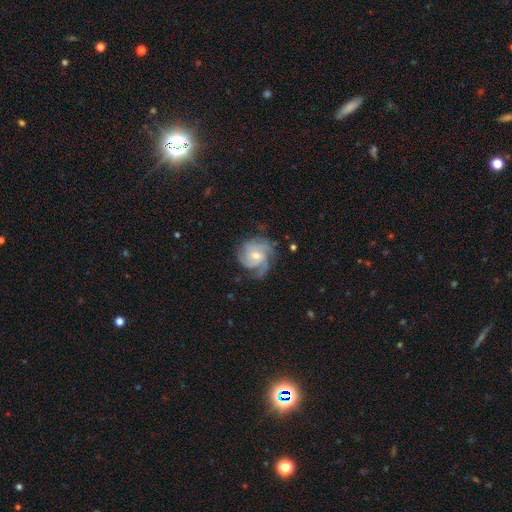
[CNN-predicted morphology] The model was most divided on "bulge size": small: 50%, moderate: 46%, large: 2%, none: 1%, dominant: 1%. Remaining: edge-on disk — no (98%); spiral arms — yes (96%); smooth or featured — featured or disk (85%); merging — none (65%); bar — no (61%); spiral winding — tight (53%); spiral arm count — 3 (36%).